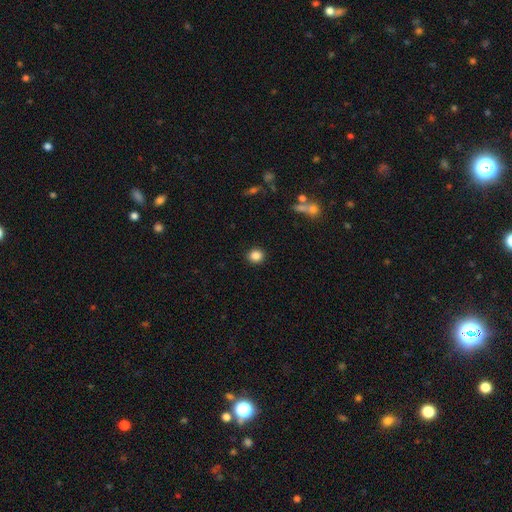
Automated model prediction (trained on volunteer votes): The model was most divided on "smooth or featured": smooth: 86%, star or artifact: 10%, featured or disk: 4%. More confident: merging — none (91%); how rounded — round (87%).